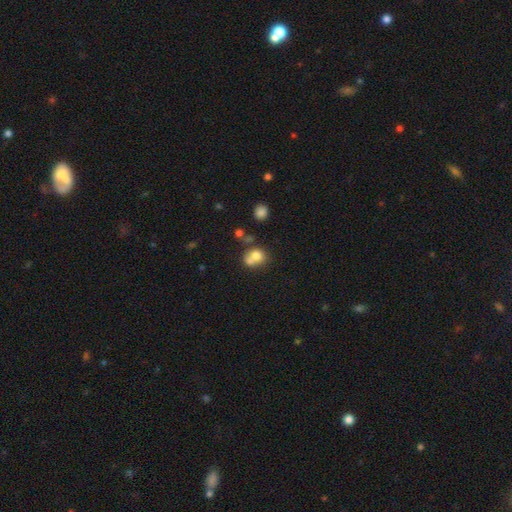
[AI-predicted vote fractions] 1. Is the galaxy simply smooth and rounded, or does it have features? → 73% smooth, 16% featured or disk, 11% star or artifact.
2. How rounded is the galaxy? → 63% round, 36% in between, 1% cigar-shaped.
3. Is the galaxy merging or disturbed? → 51% merger, 32% none, 11% minor disturbance, 5% major disturbance.